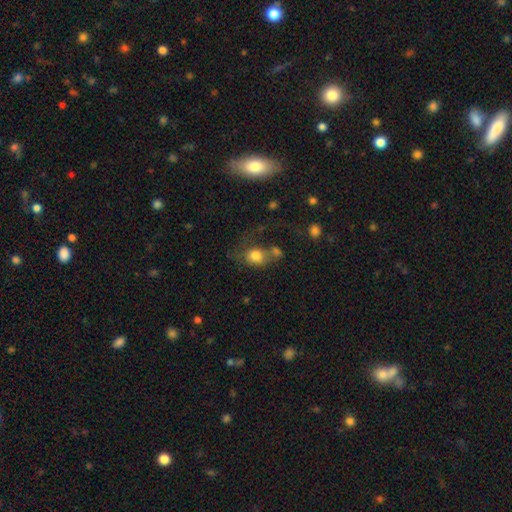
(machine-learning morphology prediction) smooth-or-featured: smooth: 76% | featured or disk: 14% | star or artifact: 11%
  how-rounded: in between: 50% | round: 48% | cigar-shaped: 2%
  merging: merger: 32% | none: 30% | major disturbance: 21% | minor disturbance: 17%